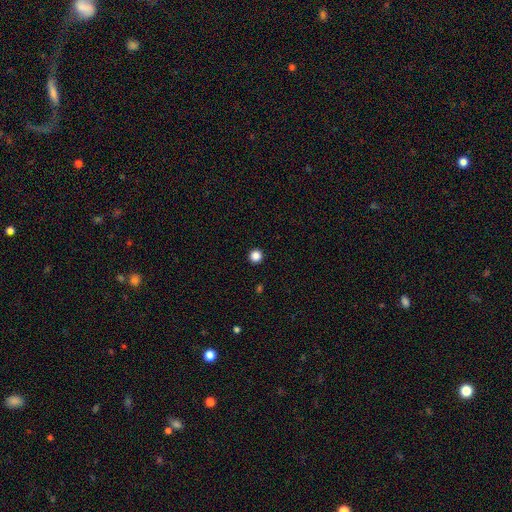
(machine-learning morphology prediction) smooth-or-featured: smooth: 86% | star or artifact: 11% | featured or disk: 3%
  how-rounded: round: 96% | in between: 3% | cigar-shaped: 1%
  merging: none: 94% | minor disturbance: 3% | major disturbance: 1% | merger: 1%